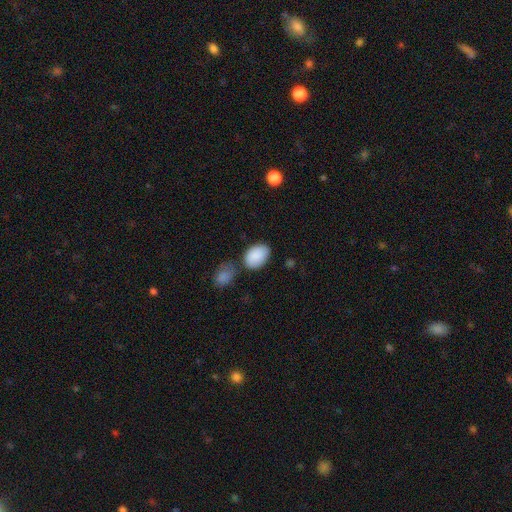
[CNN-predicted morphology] smooth_or_featured: smooth (p=0.87) [alt: star or artifact p=0.06]
how_rounded: in between (p=0.86) [alt: round p=0.13]
merging: none (p=0.65) [alt: minor disturbance p=0.18]